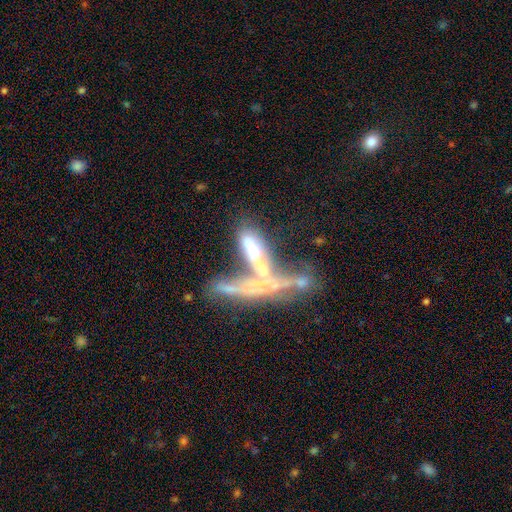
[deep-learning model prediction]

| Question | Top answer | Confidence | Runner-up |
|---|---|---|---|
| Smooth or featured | featured or disk | 55% | smooth (33%) |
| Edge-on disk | no | 56% | yes (44%) |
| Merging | merger | 50% | major disturbance (25%) |